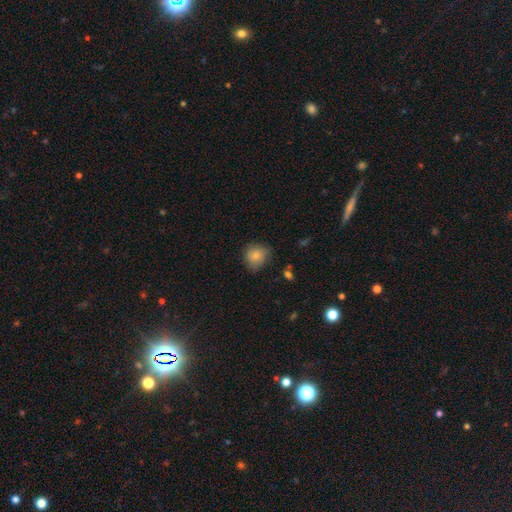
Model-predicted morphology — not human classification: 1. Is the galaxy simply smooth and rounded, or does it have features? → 80% smooth, 11% featured or disk, 8% star or artifact.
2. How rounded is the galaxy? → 79% round, 20% in between, 1% cigar-shaped.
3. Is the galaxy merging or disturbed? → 71% none, 22% minor disturbance, 5% major disturbance, 2% merger.